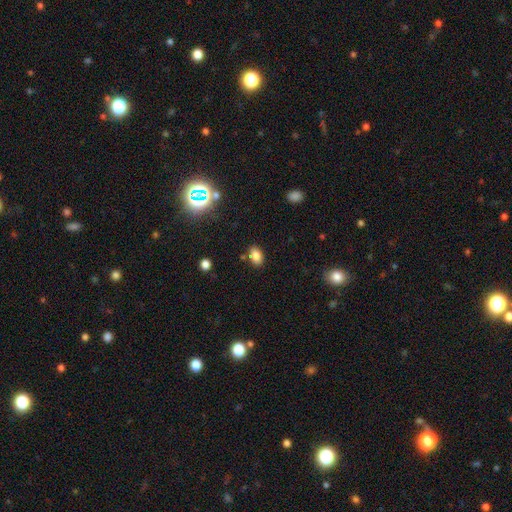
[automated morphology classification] Smooth or featured? smooth (79%)
How rounded? in between (84%)
Merging? none (79%)